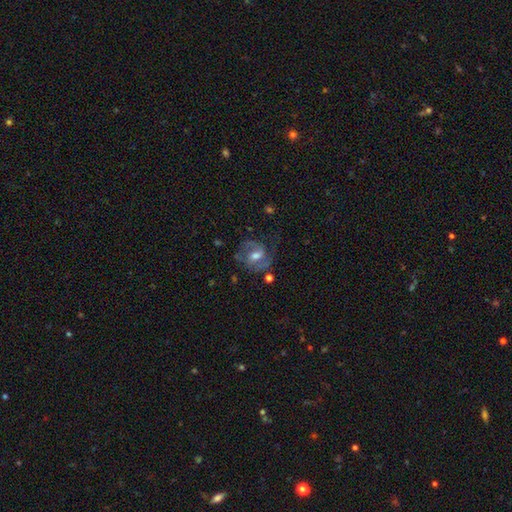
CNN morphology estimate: featured or disk 78%, smooth 14%, star or artifact 7%. Down the decision tree: edge-on disk — no (97%); bar — weak (51%); spiral arms — yes (92%); spiral arm count — 2 (76%); spiral winding — medium (52%); bulge size — moderate (66%); merging — none (63%).